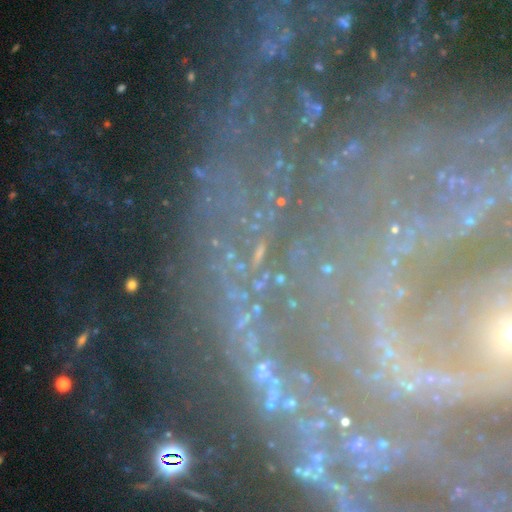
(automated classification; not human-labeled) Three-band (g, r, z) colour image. It shows a featured or disk galaxy (46%). Merging: none (67%).